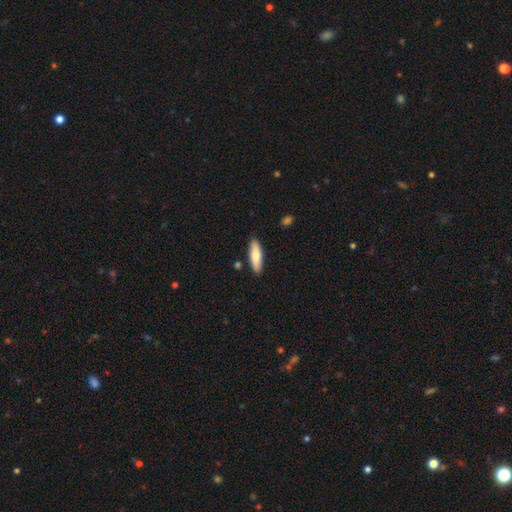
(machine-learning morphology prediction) This appears to be a smooth galaxy with no disk features (77%) that is cigar-shaped (55%). Merging: none (87%).